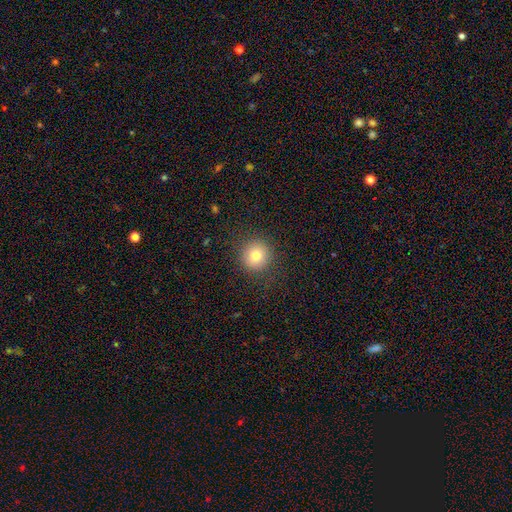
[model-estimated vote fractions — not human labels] Overall: smooth (77%). How rounded: round (94%). Merging: none (89%).